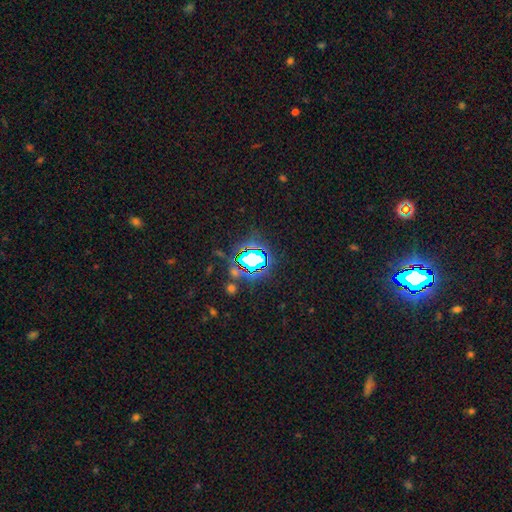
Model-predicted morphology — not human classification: Smooth or featured? Predicted: star or artifact (p=0.75).